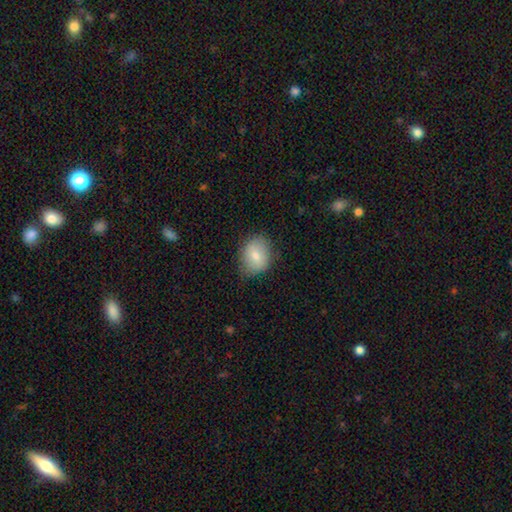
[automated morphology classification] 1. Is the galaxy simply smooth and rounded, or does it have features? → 79% smooth, 14% featured or disk, 7% star or artifact.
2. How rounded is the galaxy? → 52% in between, 47% round, 1% cigar-shaped.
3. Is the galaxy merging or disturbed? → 75% none, 20% minor disturbance, 4% major disturbance, 1% merger.